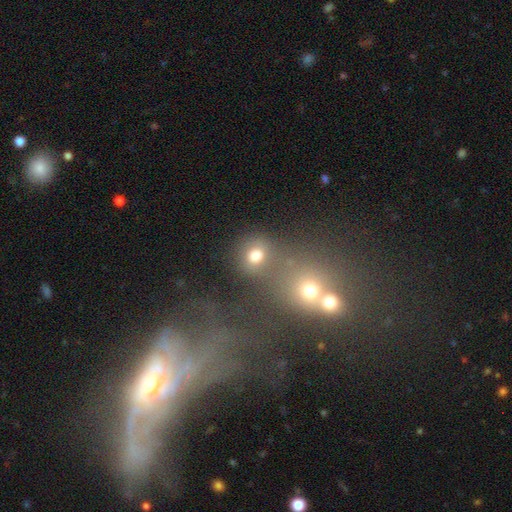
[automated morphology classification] smooth_or_featured: smooth (p=0.73) [alt: star or artifact p=0.18]
how_rounded: round (p=0.76) [alt: in between p=0.22]
merging: none (p=0.59) [alt: merger p=0.25]